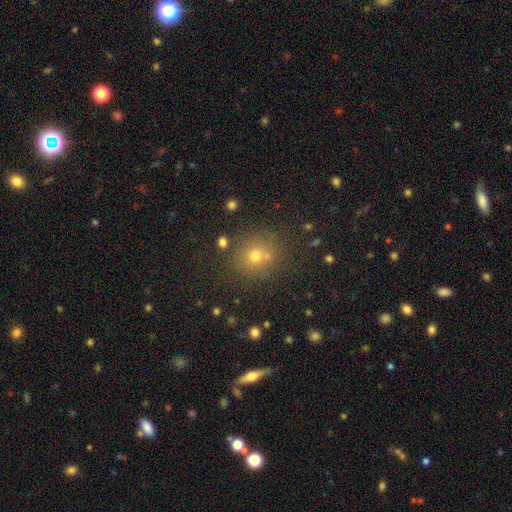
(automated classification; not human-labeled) A smooth galaxy with no disk features (66%) that is round (86%). Merging: none (74%).